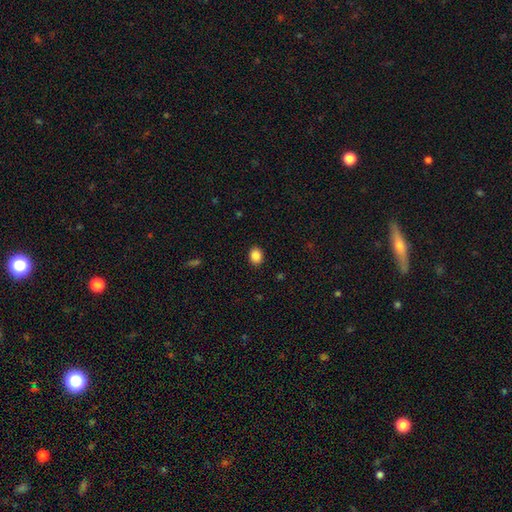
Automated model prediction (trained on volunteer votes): Q: Smooth or featured?
A: smooth (88%); runner-up: star or artifact (9%)
Q: How rounded?
A: in between (52%); runner-up: round (47%)
Q: Merging?
A: none (90%); runner-up: minor disturbance (7%)